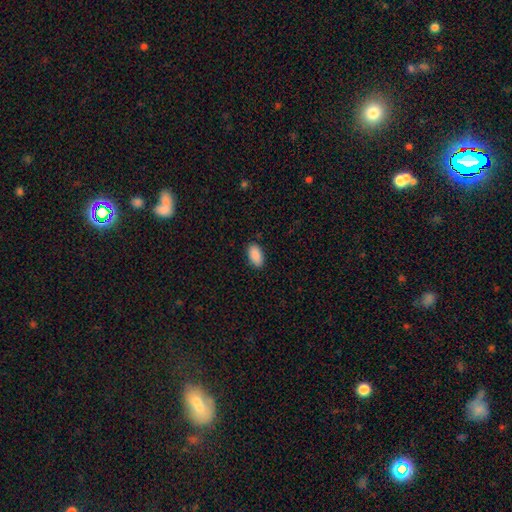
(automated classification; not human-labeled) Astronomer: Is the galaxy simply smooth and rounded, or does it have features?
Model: smooth — 90%.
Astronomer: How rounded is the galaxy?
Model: in between — 94%.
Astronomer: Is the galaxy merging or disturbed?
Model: none — 87%.